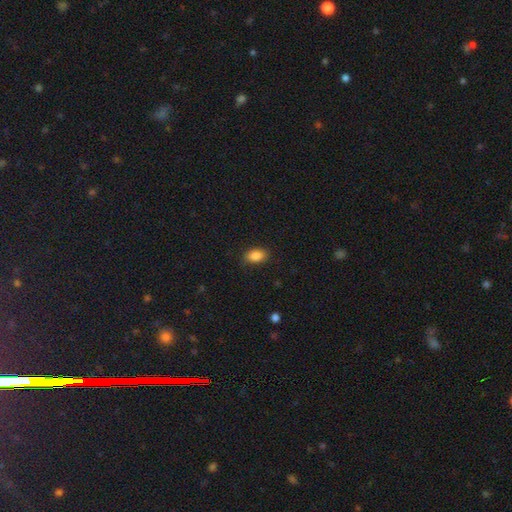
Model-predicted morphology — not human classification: Smooth or featured: smooth — 88% (star or artifact — 8%)
How rounded: in between — 88% (round — 10%)
Merging: none — 84% (minor disturbance — 12%)